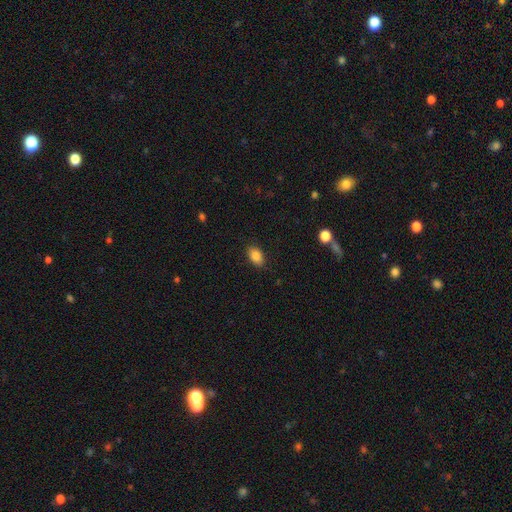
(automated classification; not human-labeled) Smooth or featured? smooth (86%)
How rounded? in between (88%)
Merging? none (87%)